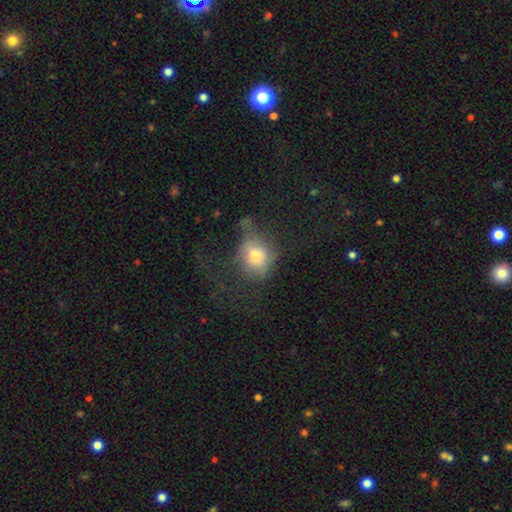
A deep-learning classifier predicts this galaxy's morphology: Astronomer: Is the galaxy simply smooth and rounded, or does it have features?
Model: smooth — 68%.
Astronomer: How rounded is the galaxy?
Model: round — 58% (runner-up: in between, 41%).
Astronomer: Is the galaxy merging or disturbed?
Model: major disturbance — 37% (runner-up: none, 34%).